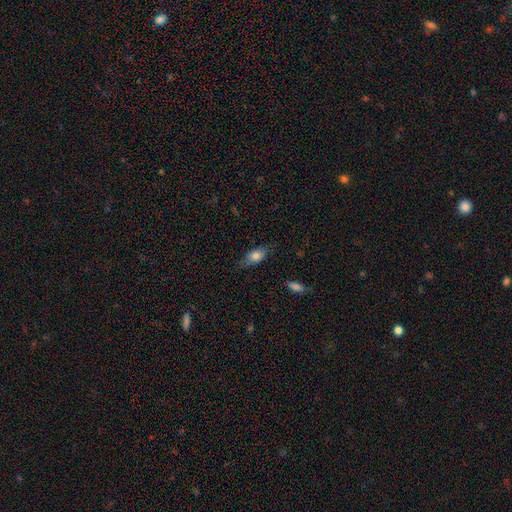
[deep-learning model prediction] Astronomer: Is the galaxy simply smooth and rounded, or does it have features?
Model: smooth — 74%.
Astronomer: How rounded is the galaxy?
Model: in between — 84%.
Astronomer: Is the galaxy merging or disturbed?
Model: none — 73%.